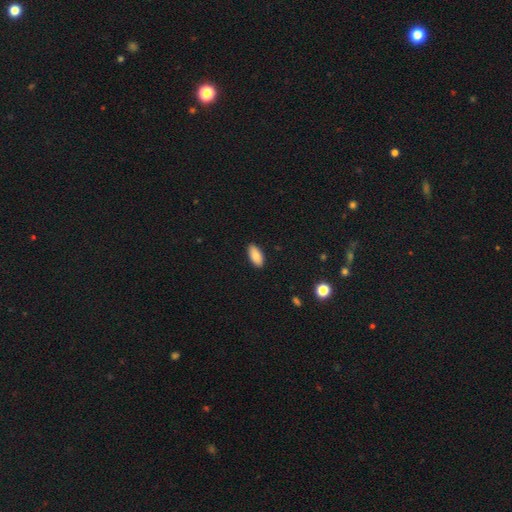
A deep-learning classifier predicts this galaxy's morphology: Smooth or featured? smooth (88%)
How rounded? in between (90%)
Merging? none (89%)